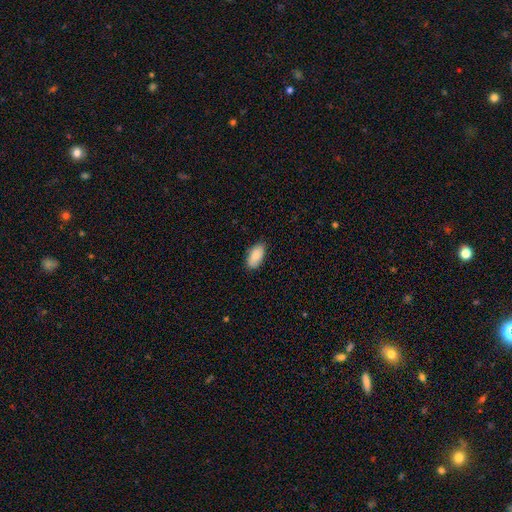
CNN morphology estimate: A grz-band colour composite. It shows a smooth galaxy with no disk features (86%) that is in between round and cigar-shaped (94%). Merging: none (84%).